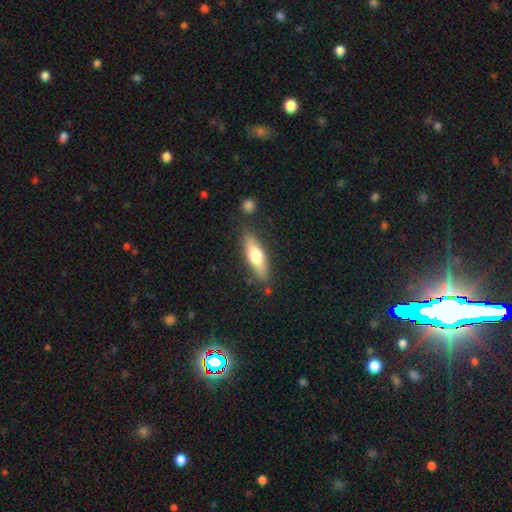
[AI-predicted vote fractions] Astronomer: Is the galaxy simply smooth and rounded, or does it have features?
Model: smooth — 61%.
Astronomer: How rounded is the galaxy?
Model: cigar-shaped — 55% (runner-up: in between, 42%).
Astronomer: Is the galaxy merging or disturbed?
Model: none — 82%.